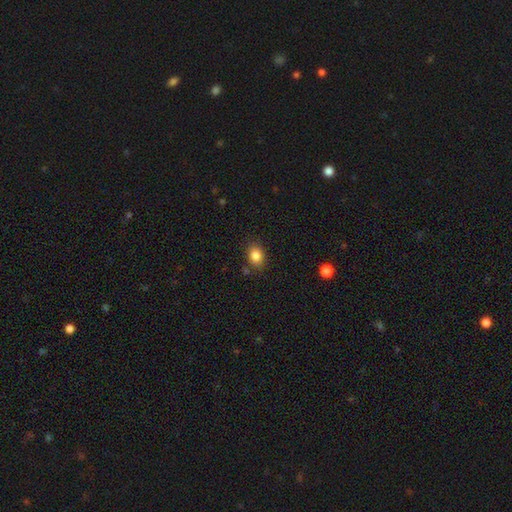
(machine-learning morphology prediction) smooth 84%, star or artifact 10%, featured or disk 6%. Down the decision tree: how rounded — in between (63%); merging — none (82%).